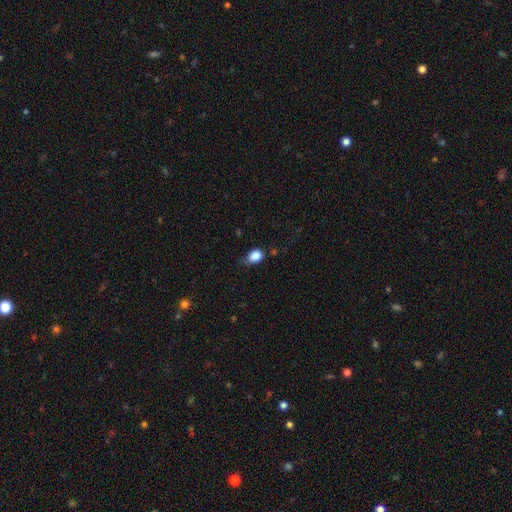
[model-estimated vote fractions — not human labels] smooth_or_featured: smooth (p=0.85) [alt: star or artifact p=0.09]
how_rounded: in between (p=0.64) [alt: round p=0.35]
merging: none (p=0.50) [alt: minor disturbance p=0.37]